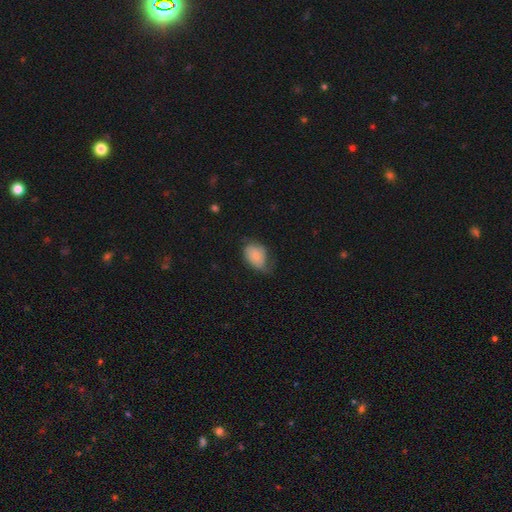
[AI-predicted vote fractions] Q: Smooth or featured?
A: smooth (70%); runner-up: featured or disk (22%)
Q: How rounded?
A: in between (83%); runner-up: round (16%)
Q: Merging?
A: minor disturbance (40%); tied with: none (40%)